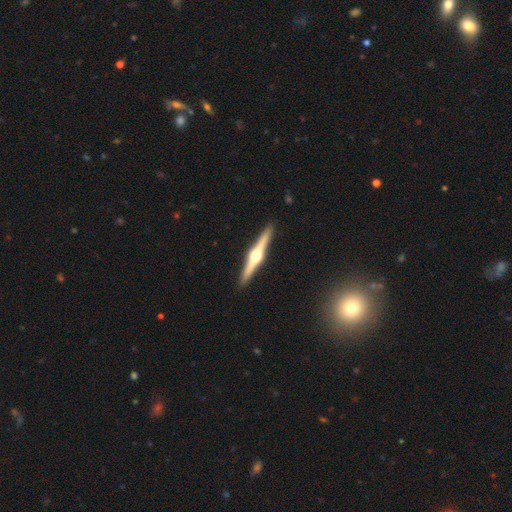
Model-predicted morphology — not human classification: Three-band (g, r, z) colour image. It shows a featured or disk galaxy (82%) viewed edge-on (98%) with a rounded central bulge (95%). Merging: none (92%).